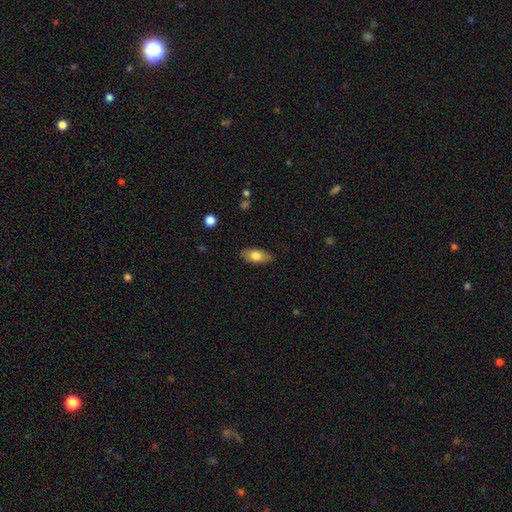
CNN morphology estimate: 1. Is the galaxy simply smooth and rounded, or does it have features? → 75% smooth, 18% featured or disk, 7% star or artifact.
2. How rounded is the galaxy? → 87% in between, 9% cigar-shaped, 4% round.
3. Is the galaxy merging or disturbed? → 85% none, 12% minor disturbance, 2% major disturbance, 1% merger.